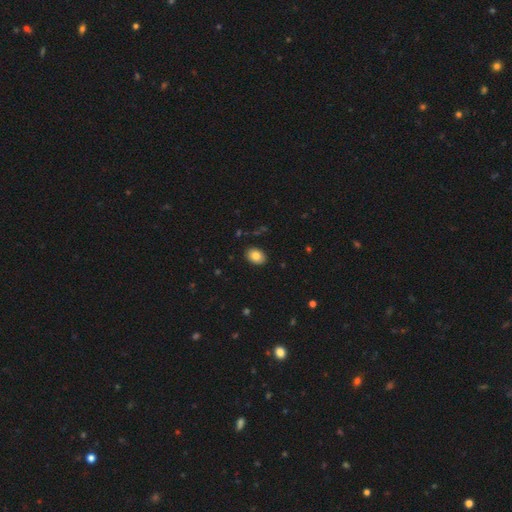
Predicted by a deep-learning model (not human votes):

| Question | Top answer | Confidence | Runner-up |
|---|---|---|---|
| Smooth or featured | smooth | 84% | star or artifact (8%) |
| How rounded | in between | 77% | round (22%) |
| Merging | none | 89% | minor disturbance (8%) |